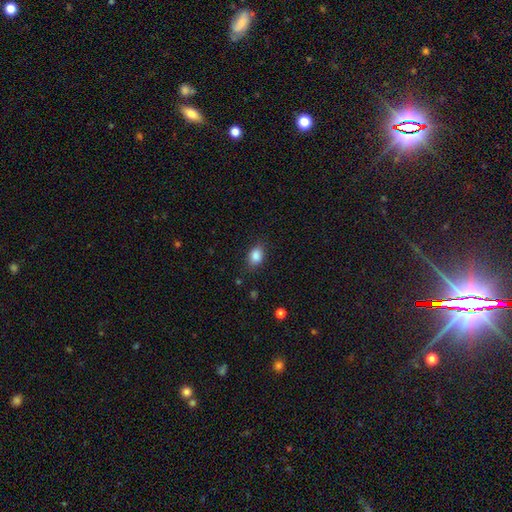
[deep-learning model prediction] Smooth or featured: smooth — 86% (star or artifact — 9%)
How rounded: in between — 72% (round — 26%)
Merging: none — 81% (minor disturbance — 14%)